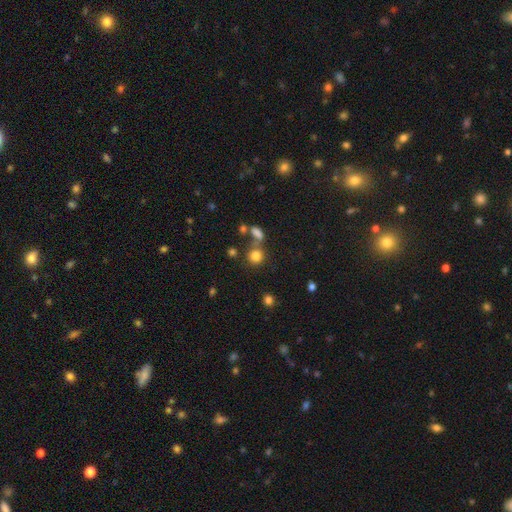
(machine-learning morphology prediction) smooth_or_featured: smooth (p=0.79) [alt: star or artifact p=0.14]
how_rounded: round (p=0.87) [alt: in between p=0.12]
merging: none (p=0.62) [alt: merger p=0.22]